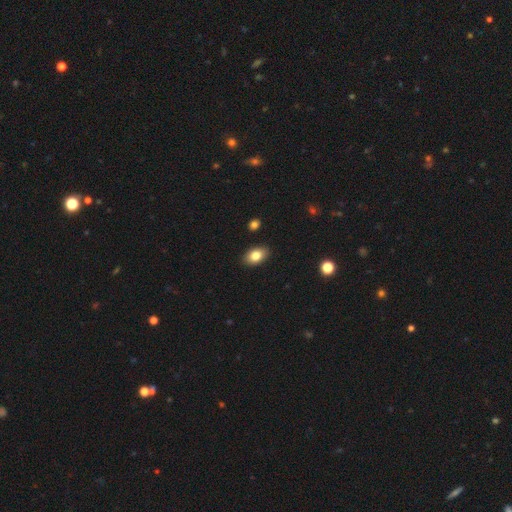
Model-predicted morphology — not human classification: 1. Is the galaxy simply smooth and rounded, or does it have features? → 83% smooth, 9% featured or disk, 8% star or artifact.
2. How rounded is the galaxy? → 88% in between, 11% round, 1% cigar-shaped.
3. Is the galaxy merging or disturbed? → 88% none, 8% minor disturbance, 2% major disturbance, 2% merger.